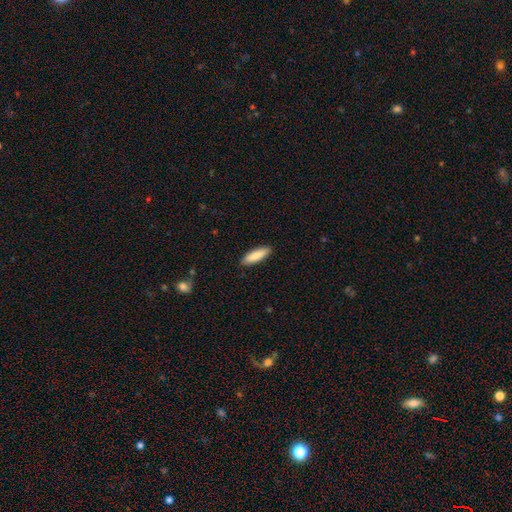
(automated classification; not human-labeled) Q: Smooth or featured?
A: smooth (84%); runner-up: featured or disk (10%)
Q: How rounded?
A: cigar-shaped (55%); runner-up: in between (43%)
Q: Merging?
A: none (90%); runner-up: minor disturbance (7%)